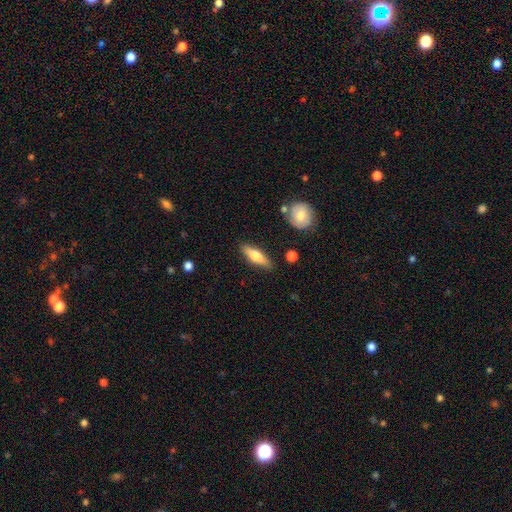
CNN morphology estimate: A smooth galaxy with no disk features (55%) that is cigar-shaped (54%).

Vote fractions:
- Smooth or featured? smooth: 55% / featured or disk: 39% / star or artifact: 6%
- How rounded? cigar-shaped: 54% / in between: 43% / round: 3%
- Merging? none: 85% / minor disturbance: 10% / major disturbance: 2% / merger: 2%